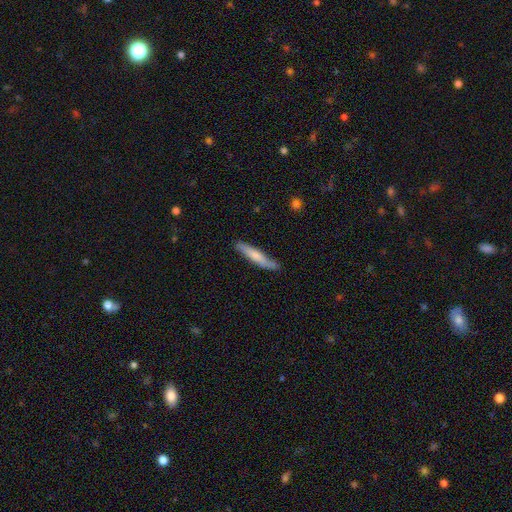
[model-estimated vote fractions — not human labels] This is likely a smooth galaxy (68%). How rounded: clearly cigar-shaped (91%). Merging: likely none (77%).